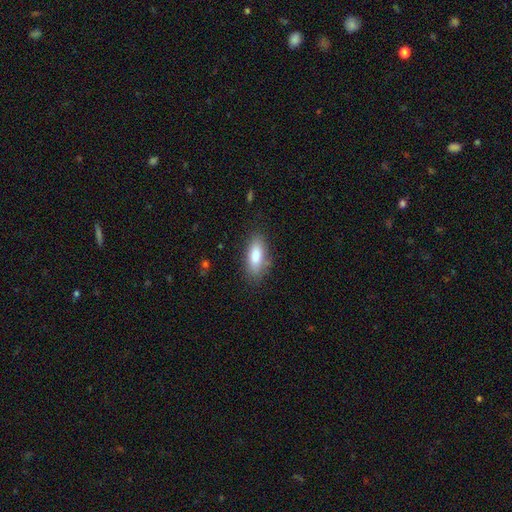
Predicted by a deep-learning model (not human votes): This appears to be a smooth galaxy with no disk features (84%) that is in between round and cigar-shaped (78%). Merging: none (79%).